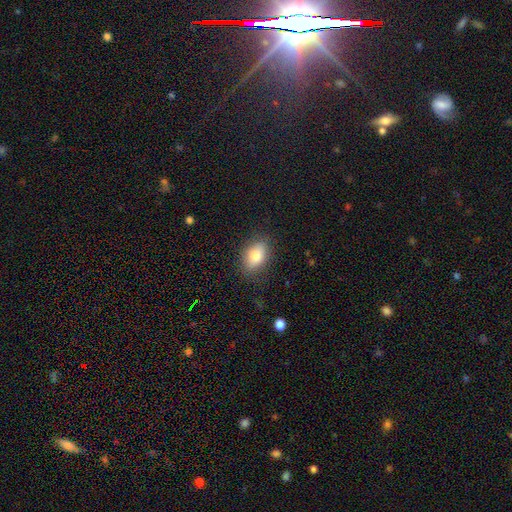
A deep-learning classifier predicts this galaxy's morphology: Overall: smooth (78%). How rounded: in between (84%). Merging: none (82%).